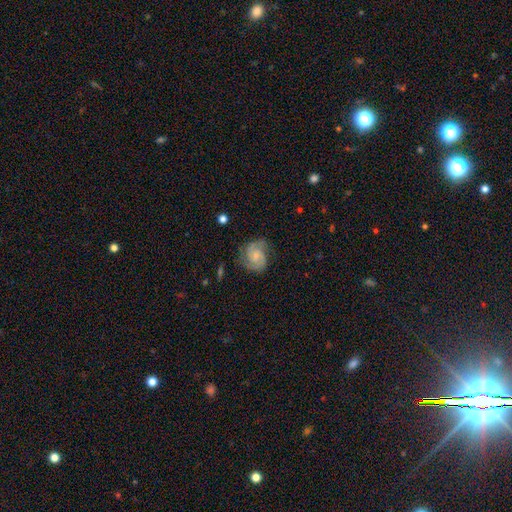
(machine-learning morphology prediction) A featured or disk galaxy (70%) with no bar (66%), 2 (61%) medium (45%) spiral arms (94%) and a small central bulge (58%). Merging: none (66%).